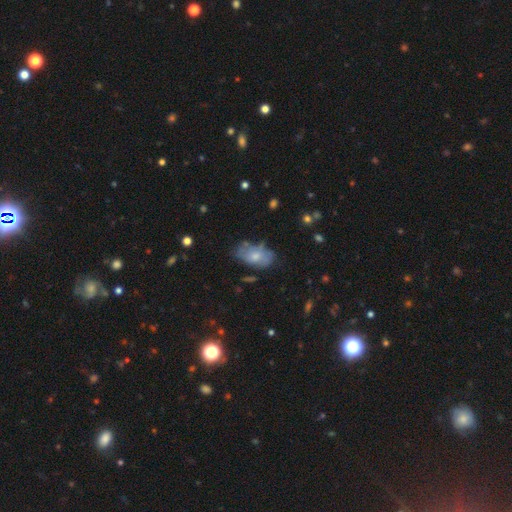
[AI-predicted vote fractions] Overall: smooth (61%; featured or disk 32%). How rounded: in between (91%). Merging: none (55%; minor disturbance 29%).